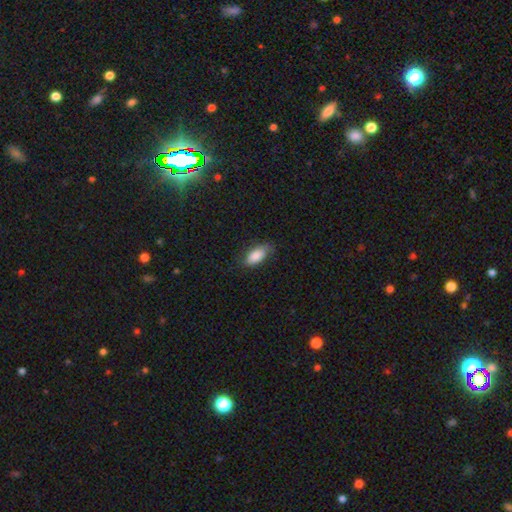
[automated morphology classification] This is clearly a smooth galaxy (84%). How rounded: clearly in between (88%). Merging: likely none (71%).